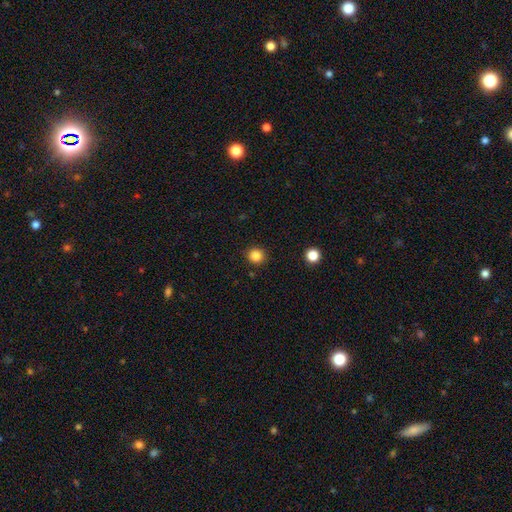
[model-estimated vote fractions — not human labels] The model was most divided on "smooth or featured": smooth: 85%, star or artifact: 12%, featured or disk: 4%. More confident: how rounded — round (90%); merging — none (89%).